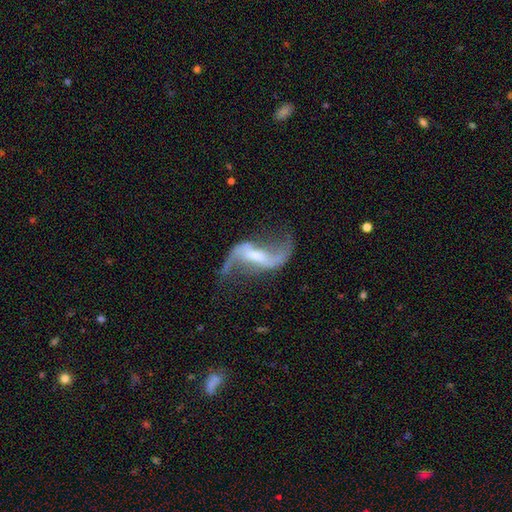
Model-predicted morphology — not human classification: featured or disk 90%, star or artifact 6%, smooth 5%. Down the decision tree: edge-on disk — no (95%); bar — strong (45%); spiral arms — yes (96%); spiral arm count — 2 (93%); spiral winding — loose (88%); bulge size — small (41%); merging — none (68%).